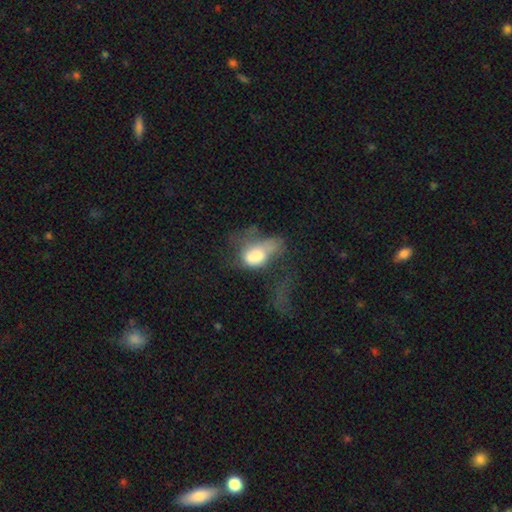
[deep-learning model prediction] Smooth or featured? Predicted: smooth (p=0.58). How rounded? Predicted: in between (p=0.84). Merging? Predicted: major disturbance (p=0.64).